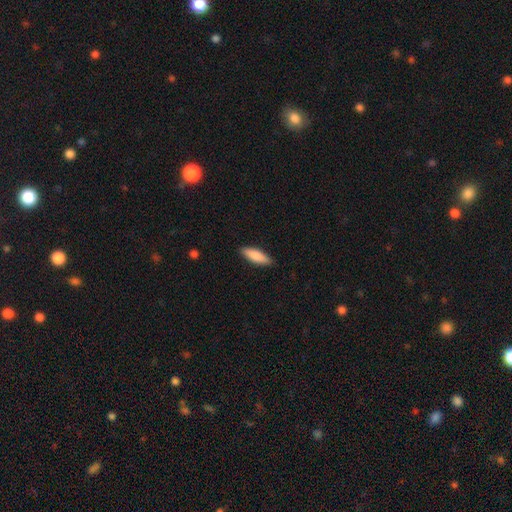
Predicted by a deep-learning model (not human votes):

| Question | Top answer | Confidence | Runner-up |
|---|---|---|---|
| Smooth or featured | smooth | 84% | featured or disk (10%) |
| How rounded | in between | 53% | cigar-shaped (46%) |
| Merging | none | 88% | minor disturbance (9%) |